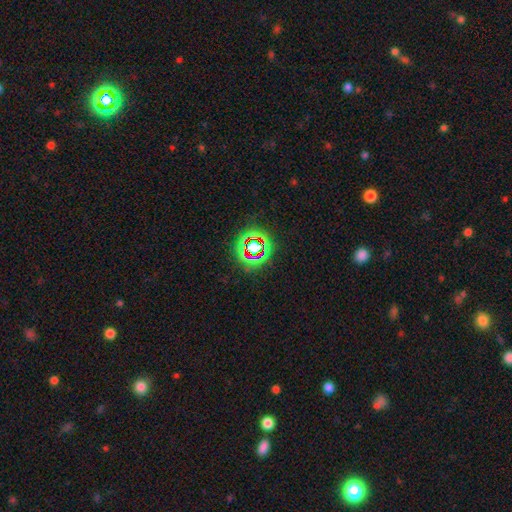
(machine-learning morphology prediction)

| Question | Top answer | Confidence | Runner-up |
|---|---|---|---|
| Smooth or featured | star or artifact | 76% | smooth (14%) |